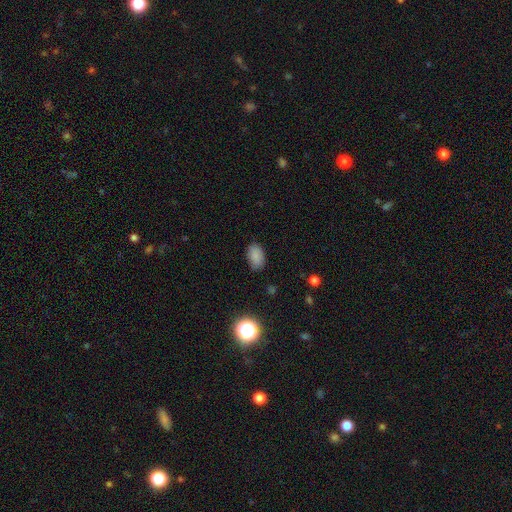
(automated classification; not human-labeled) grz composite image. It shows a smooth galaxy with no disk features (85%) that is in between round and cigar-shaped (91%). Merging: none (83%).